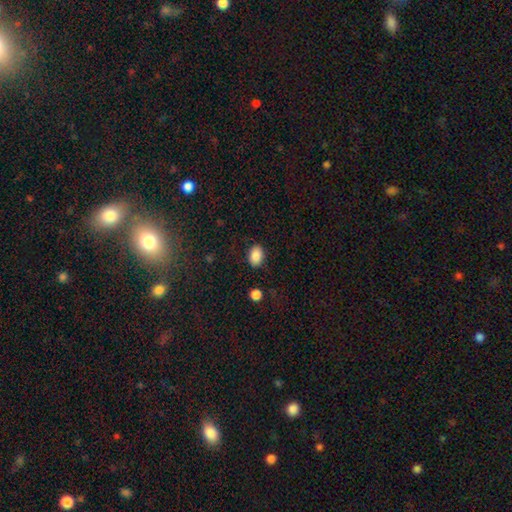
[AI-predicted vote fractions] Q: Smooth or featured?
A: smooth (88%); runner-up: star or artifact (8%)
Q: How rounded?
A: in between (79%); runner-up: round (20%)
Q: Merging?
A: none (84%); runner-up: minor disturbance (11%)